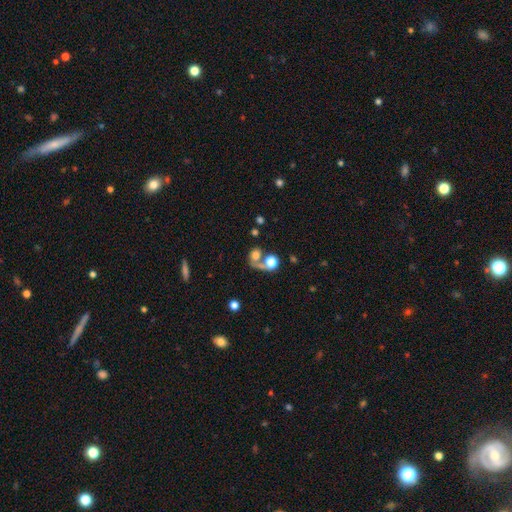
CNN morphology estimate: Q: Smooth or featured?
A: smooth (63%); runner-up: featured or disk (21%)
Q: How rounded?
A: round (67%); runner-up: in between (31%)
Q: Merging?
A: merger (44%); runner-up: none (31%)